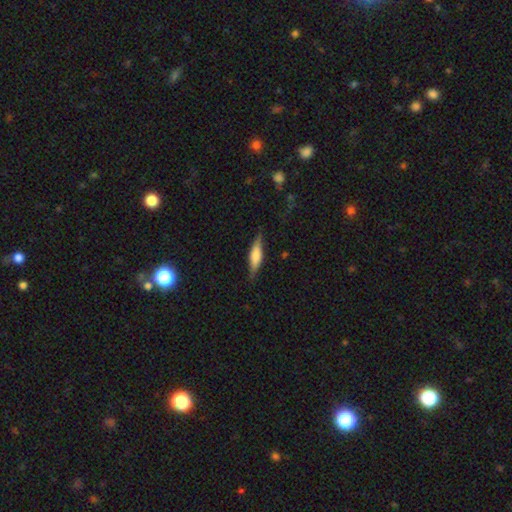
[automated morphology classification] smooth 57%, featured or disk 36%, star or artifact 6%. Down the decision tree: how rounded — cigar-shaped (63%); merging — none (78%).